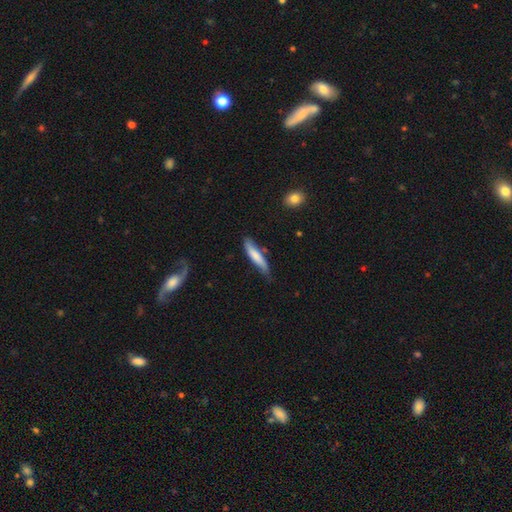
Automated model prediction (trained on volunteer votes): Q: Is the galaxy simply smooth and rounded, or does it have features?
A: smooth — 71%.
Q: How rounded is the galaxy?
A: cigar-shaped — 83%.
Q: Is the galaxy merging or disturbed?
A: none — 60%.